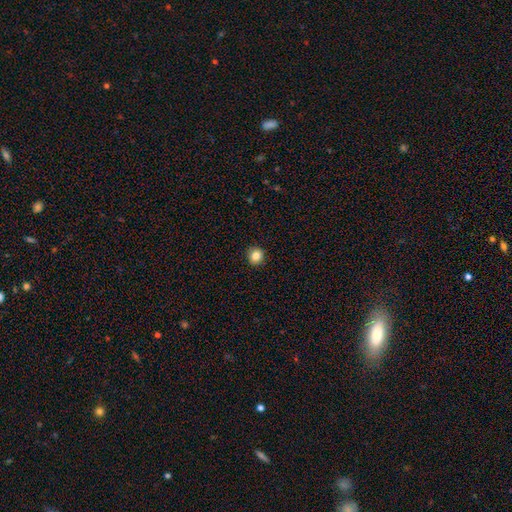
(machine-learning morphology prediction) Q: Smooth or featured?
A: smooth (84%); runner-up: star or artifact (10%)
Q: How rounded?
A: round (91%); runner-up: in between (8%)
Q: Merging?
A: none (92%); runner-up: minor disturbance (5%)